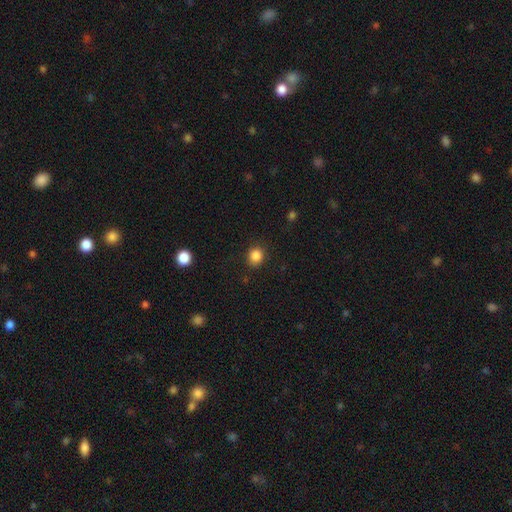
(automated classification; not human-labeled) Smooth or featured: smooth — 86% (star or artifact — 11%)
How rounded: round — 78% (in between — 21%)
Merging: none — 88% (minor disturbance — 8%)